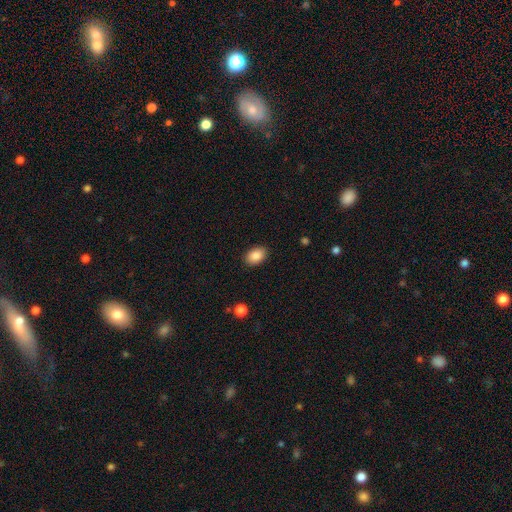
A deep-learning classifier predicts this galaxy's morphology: smooth-or-featured: smooth: 87% | star or artifact: 8% | featured or disk: 5%
  how-rounded: in between: 87% | round: 12% | cigar-shaped: 1%
  merging: none: 88% | minor disturbance: 8% | major disturbance: 2% | merger: 1%